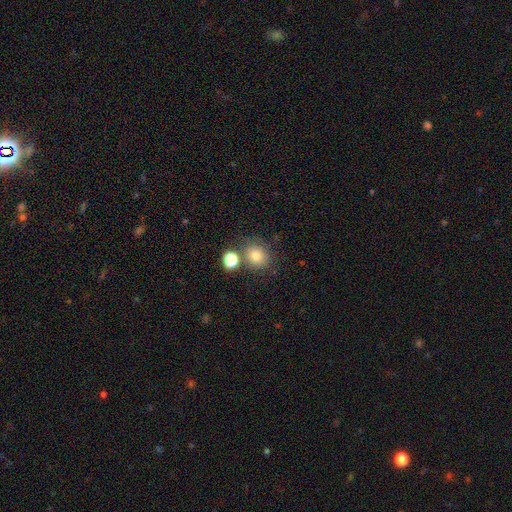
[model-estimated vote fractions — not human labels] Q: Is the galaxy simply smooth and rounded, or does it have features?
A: smooth — 77%.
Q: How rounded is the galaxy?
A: round — 76%.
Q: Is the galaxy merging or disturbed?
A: none — 70%.